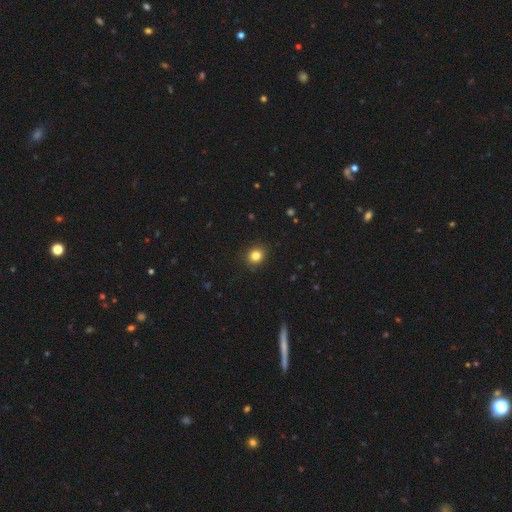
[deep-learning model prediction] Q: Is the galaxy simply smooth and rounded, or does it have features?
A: smooth — 83%.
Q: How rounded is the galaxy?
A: round — 80%.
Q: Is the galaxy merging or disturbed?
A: none — 91%.